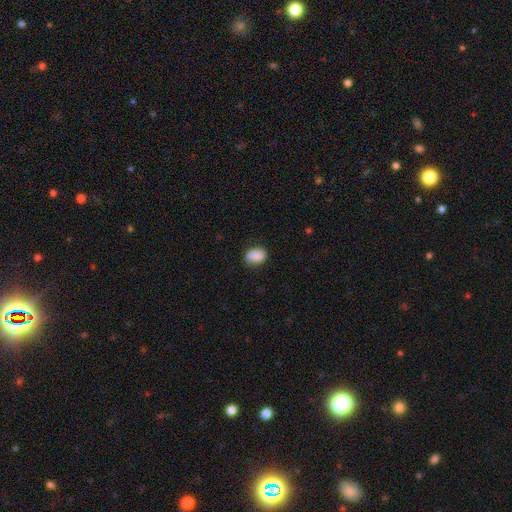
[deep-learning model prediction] Smooth or featured?
  - smooth: 88% *
  - star or artifact: 7%
  - featured or disk: 5%
How rounded?
  - in between: 73% *
  - round: 26%
  - cigar-shaped: 1%
Merging?
  - none: 79% *
  - minor disturbance: 16%
  - major disturbance: 4%
  - merger: 1%